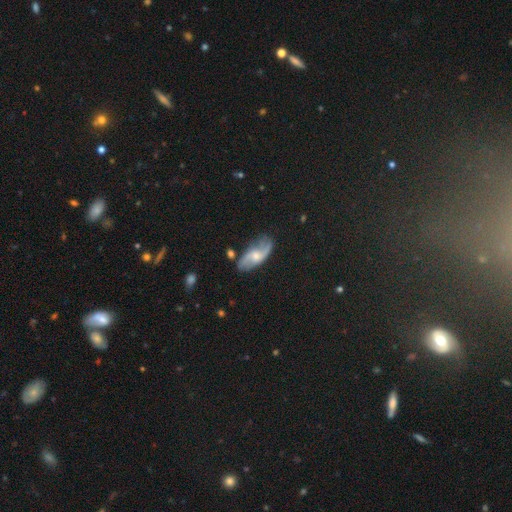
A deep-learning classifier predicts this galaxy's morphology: Smooth or featured?
  - featured or disk: 72% *
  - smooth: 21%
  - star or artifact: 7%
Edge-on disk?
  - no: 92% *
  - yes: 8%
Bar?
  - no: 57% *
  - weak: 36%
  - strong: 7%
Spiral arms?
  - yes: 92% *
  - no: 8%
Spiral winding?
  - loose: 64% *
  - medium: 27%
  - tight: 9%
Spiral arm count?
  - 2: 85% *
  - can't tell: 7%
  - 1: 3%
  - 3: 2%
  - 4: 1%
  - more than 4: 1%
Bulge size?
  - moderate: 47% *
  - small: 45%
  - none: 4%
  - large: 3%
  - dominant: 1%
Merging?
  - none: 69% *
  - minor disturbance: 20%
  - major disturbance: 7%
  - merger: 4%